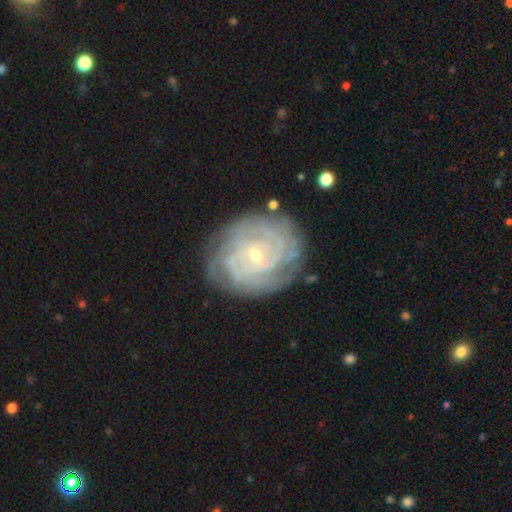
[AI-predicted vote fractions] Smooth or featured? featured or disk (87%)
Edge-on disk? no (97%)
Bar? no (64%)
Spiral arms? yes (97%)
Spiral winding? tight (82%)
Spiral arm count? can't tell (30%)
Bulge size? small (74%)
Merging? none (80%)